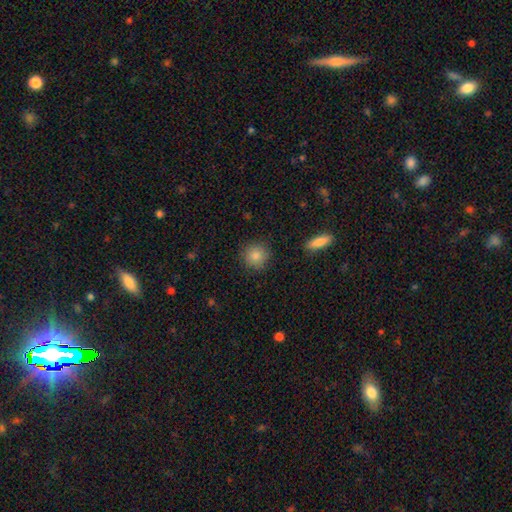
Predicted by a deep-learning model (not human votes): This appears to be a smooth galaxy with no disk features (85%) that is round (92%). Merging: none (88%).